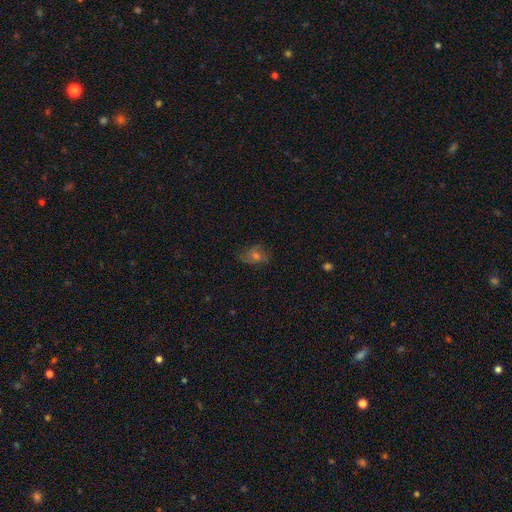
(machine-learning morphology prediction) smooth_or_featured: smooth (p=0.40) [alt: featured or disk p=0.37]
merging: none (p=0.64) [alt: minor disturbance p=0.23]